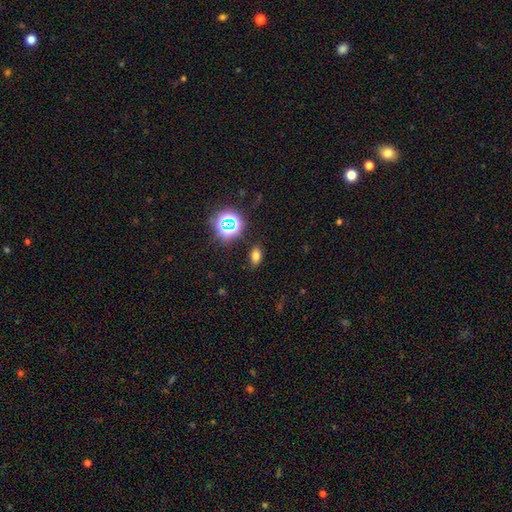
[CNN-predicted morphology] The model was most divided on "smooth or featured": smooth: 71%, star or artifact: 22%, featured or disk: 7%. More confident: how rounded — in between (84%); merging — none (84%).